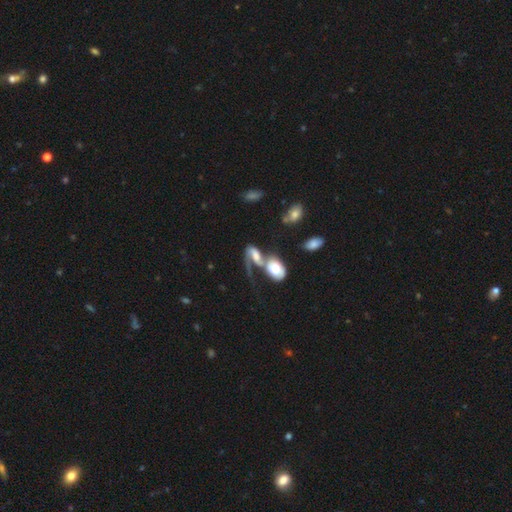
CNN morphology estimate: Smooth or featured: featured or disk — 51% (smooth — 39%)
Edge-on disk: no — 93% (yes — 7%)
Merging: merger — 68% (major disturbance — 15%)